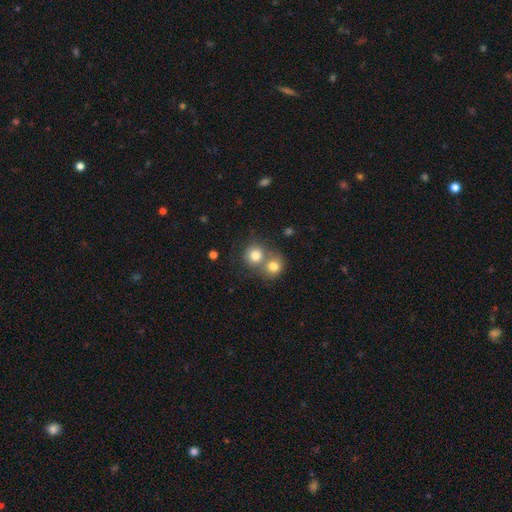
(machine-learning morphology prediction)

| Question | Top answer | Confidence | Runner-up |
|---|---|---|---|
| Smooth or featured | smooth | 79% | featured or disk (11%) |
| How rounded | round | 85% | in between (15%) |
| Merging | merger | 55% | none (35%) |